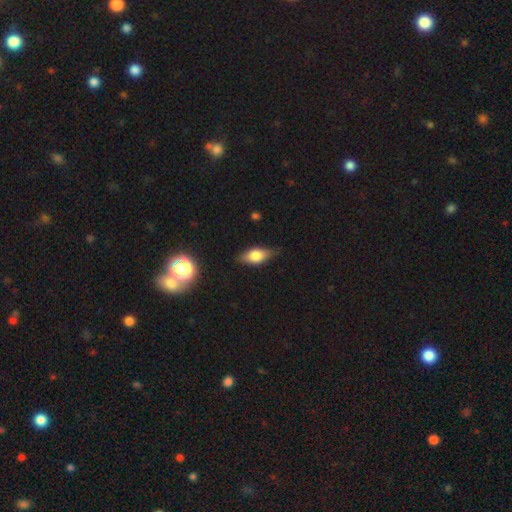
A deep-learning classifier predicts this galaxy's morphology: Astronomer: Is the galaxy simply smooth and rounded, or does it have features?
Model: smooth — 59%.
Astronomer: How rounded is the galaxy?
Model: in between — 79%.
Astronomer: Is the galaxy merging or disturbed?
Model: none — 76%.